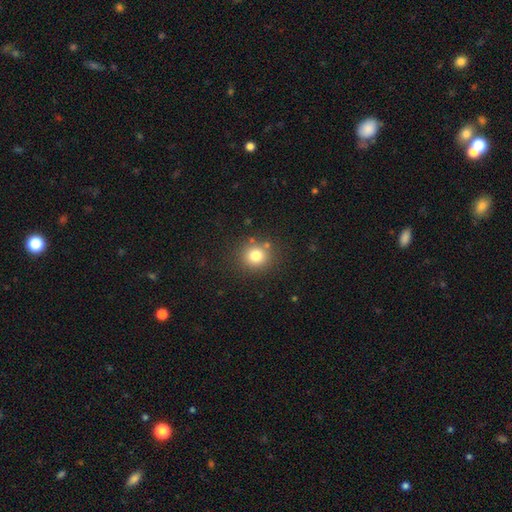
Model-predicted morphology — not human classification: smooth_or_featured: smooth (p=0.79) [alt: star or artifact p=0.13]
how_rounded: round (p=0.87) [alt: in between p=0.12]
merging: none (p=0.83) [alt: minor disturbance p=0.09]